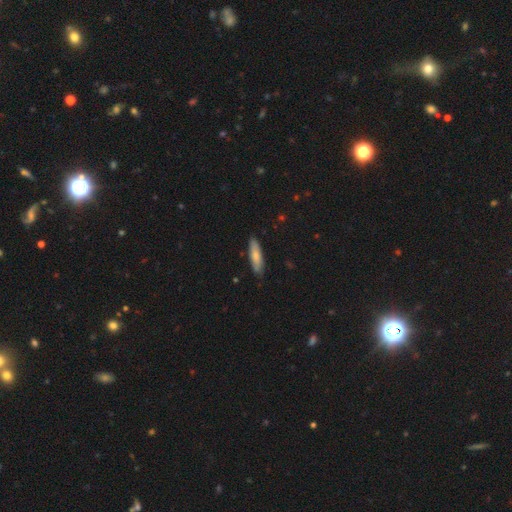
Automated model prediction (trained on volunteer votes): A smooth galaxy with no disk features (75%) that is cigar-shaped (69%).

Vote fractions:
- Smooth or featured? smooth: 75% / featured or disk: 20% / star or artifact: 5%
- How rounded? cigar-shaped: 69% / in between: 30% / round: 2%
- Merging? none: 84% / minor disturbance: 13% / major disturbance: 2% / merger: 1%